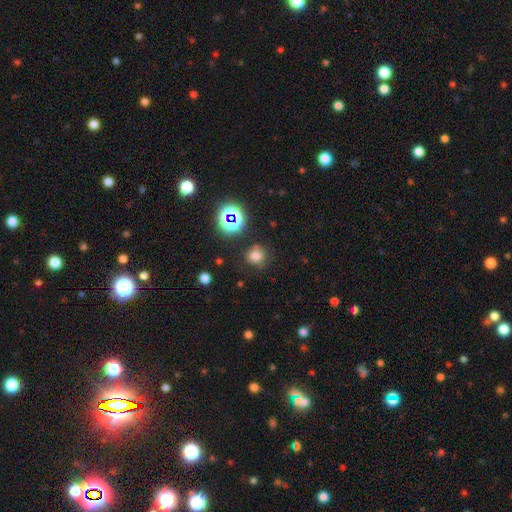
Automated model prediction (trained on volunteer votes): Smooth or featured? smooth (71%)
How rounded? round (85%)
Merging? none (76%)